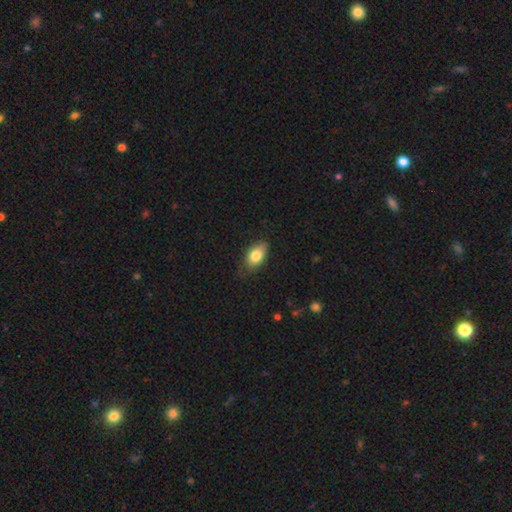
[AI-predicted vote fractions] Smooth or featured? Predicted: smooth (p=0.81). How rounded? Predicted: in between (p=0.89). Merging? Predicted: none (p=0.71).